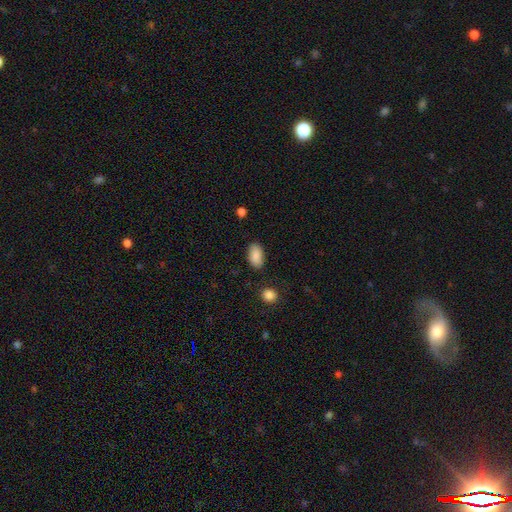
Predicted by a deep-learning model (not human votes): Overall: smooth (89%). How rounded: in between (93%). Merging: none (84%).